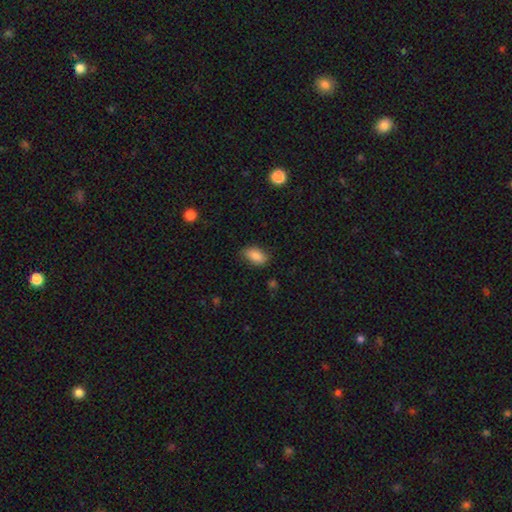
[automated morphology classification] smooth-or-featured: smooth: 86% | star or artifact: 8% | featured or disk: 6%
  how-rounded: in between: 91% | round: 5% | cigar-shaped: 3%
  merging: none: 76% | minor disturbance: 18% | major disturbance: 4% | merger: 1%